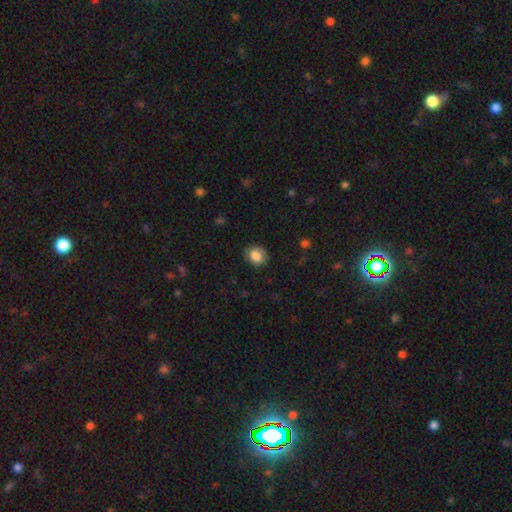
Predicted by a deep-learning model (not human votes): This appears to be a smooth galaxy with no disk features (84%) that is round (62%). Merging: none (81%).